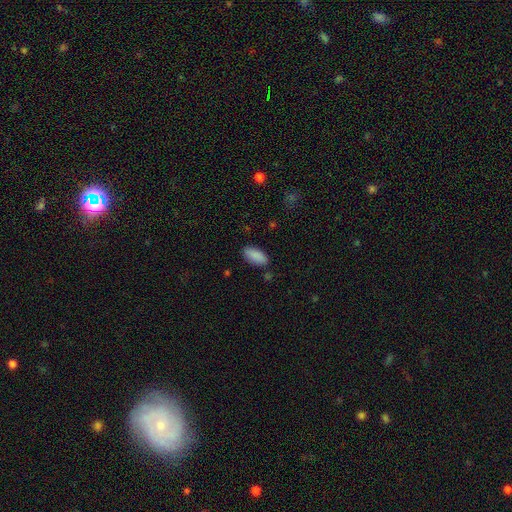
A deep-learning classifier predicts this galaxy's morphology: smooth 90%, star or artifact 6%, featured or disk 4%. Down the decision tree: how rounded — in between (90%); merging — none (85%).